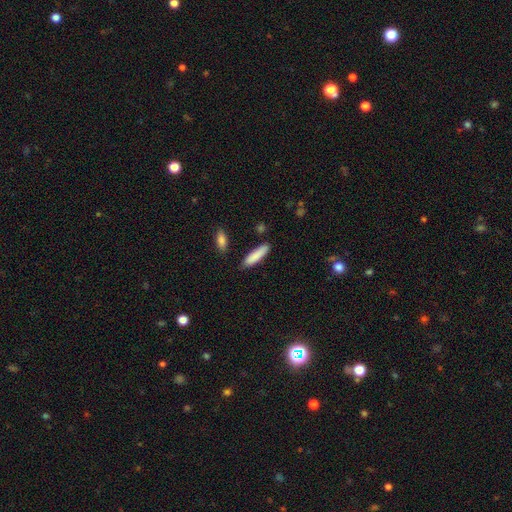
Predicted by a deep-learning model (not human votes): smooth_or_featured: smooth (p=0.86) [alt: featured or disk p=0.08]
how_rounded: cigar-shaped (p=0.71) [alt: in between p=0.27]
merging: none (p=0.85) [alt: minor disturbance p=0.11]